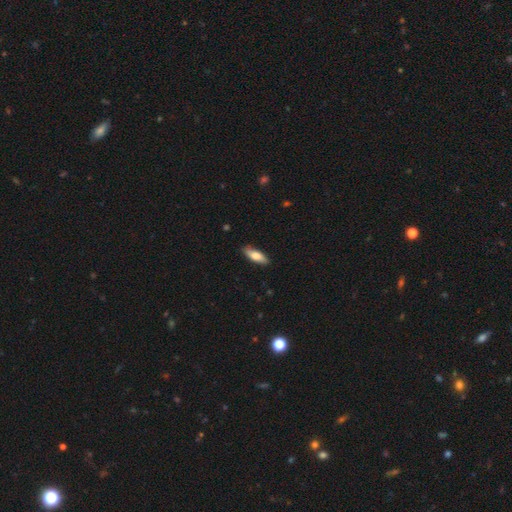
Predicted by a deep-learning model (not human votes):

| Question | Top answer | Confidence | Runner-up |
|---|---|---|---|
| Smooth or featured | smooth | 73% | featured or disk (22%) |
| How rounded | in between | 59% | cigar-shaped (39%) |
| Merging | none | 87% | minor disturbance (11%) |